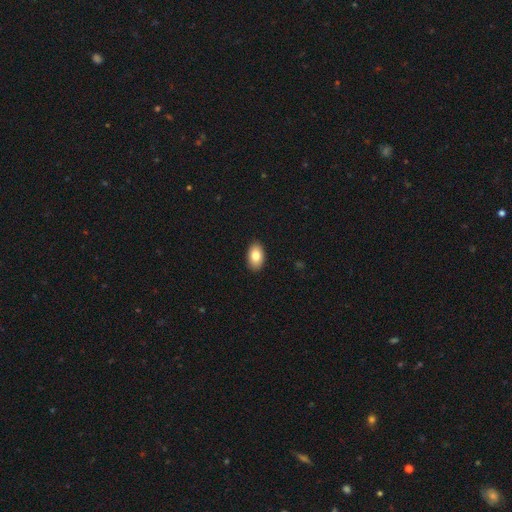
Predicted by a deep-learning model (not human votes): smooth-or-featured: smooth: 82% | featured or disk: 10% | star or artifact: 7%
  how-rounded: in between: 92% | round: 7% | cigar-shaped: 1%
  merging: none: 90% | minor disturbance: 7% | major disturbance: 2% | merger: 1%